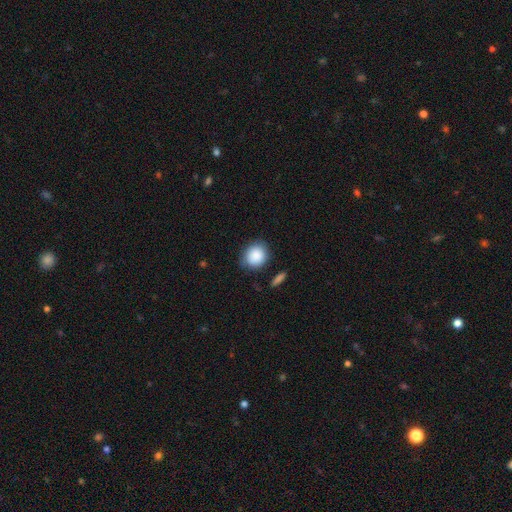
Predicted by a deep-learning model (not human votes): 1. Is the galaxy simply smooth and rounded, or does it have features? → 88% smooth, 7% star or artifact, 5% featured or disk.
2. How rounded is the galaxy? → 73% round, 26% in between, 1% cigar-shaped.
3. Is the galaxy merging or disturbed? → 80% none, 14% minor disturbance, 3% major disturbance, 3% merger.